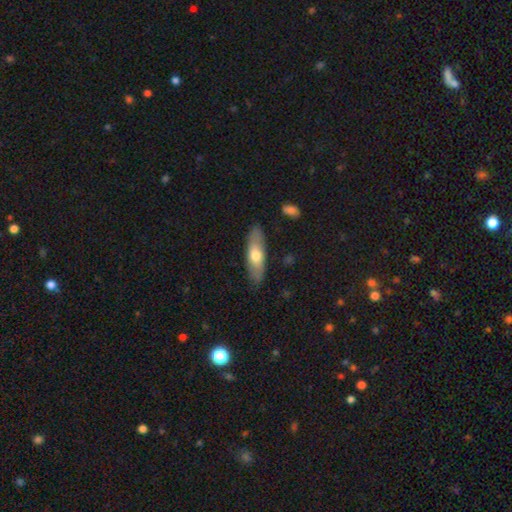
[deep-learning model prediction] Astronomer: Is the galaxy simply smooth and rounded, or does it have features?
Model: smooth — 59% (runner-up: featured or disk, 36%).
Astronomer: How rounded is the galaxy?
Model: in between — 52% (runner-up: cigar-shaped, 45%).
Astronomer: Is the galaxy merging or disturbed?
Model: none — 83%.